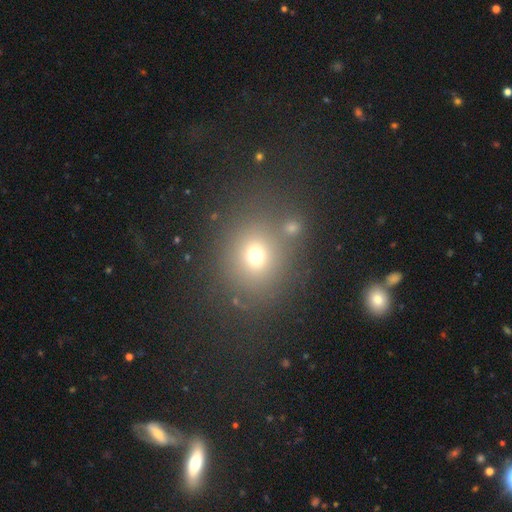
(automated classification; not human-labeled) Overall: smooth (68%). How rounded: round (74%). Merging: none (72%).